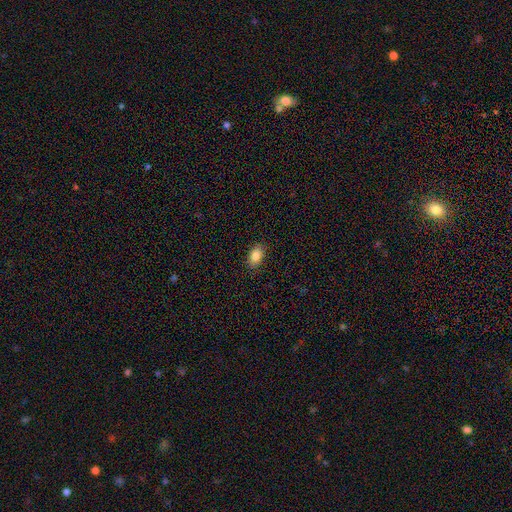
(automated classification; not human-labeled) A smooth galaxy with no disk features (86%) that is in between round and cigar-shaped (90%). Merging: none (87%).